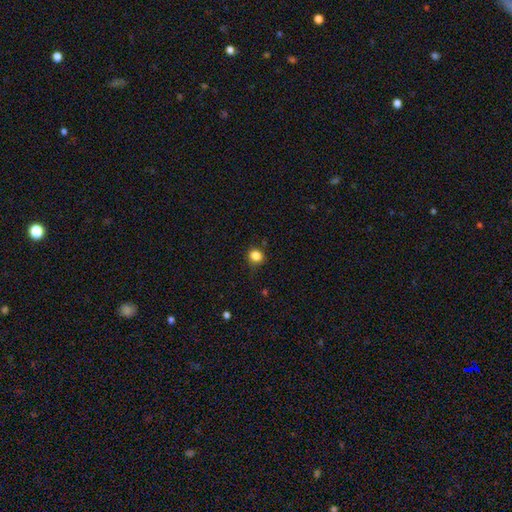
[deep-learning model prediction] This is clearly a smooth galaxy (85%). How rounded: clearly round (82%). Merging: clearly none (84%).